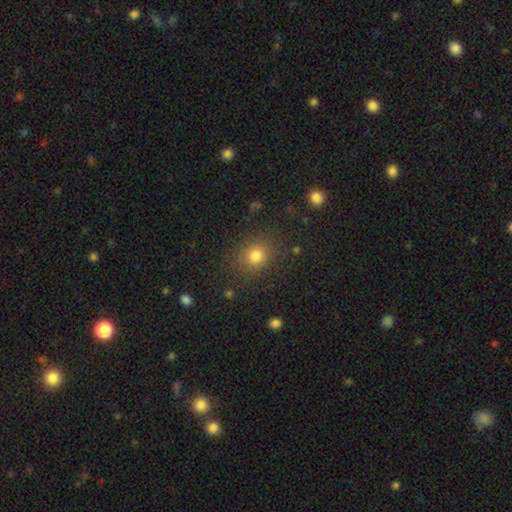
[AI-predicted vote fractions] Q: Smooth or featured?
A: smooth (79%); runner-up: star or artifact (15%)
Q: How rounded?
A: round (78%); runner-up: in between (21%)
Q: Merging?
A: none (85%); runner-up: minor disturbance (9%)